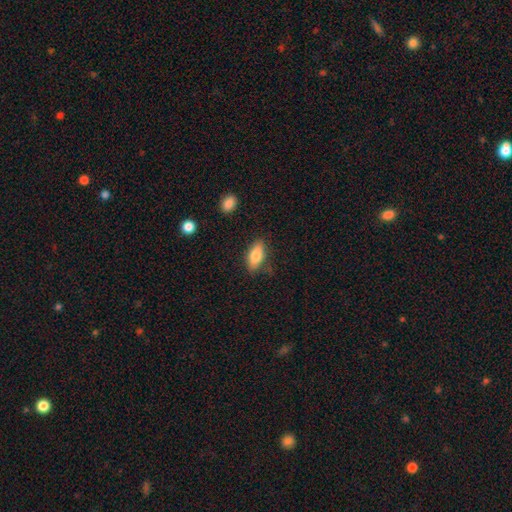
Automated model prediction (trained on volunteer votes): Q: Smooth or featured?
A: smooth (77%); runner-up: featured or disk (16%)
Q: How rounded?
A: in between (80%); runner-up: cigar-shaped (17%)
Q: Merging?
A: none (81%); runner-up: minor disturbance (14%)